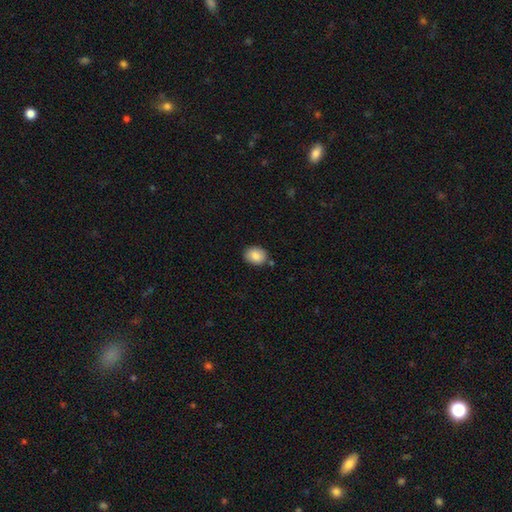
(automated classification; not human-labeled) This is clearly a smooth galaxy (87%). How rounded: possibly in between (57%). Merging: clearly none (81%).